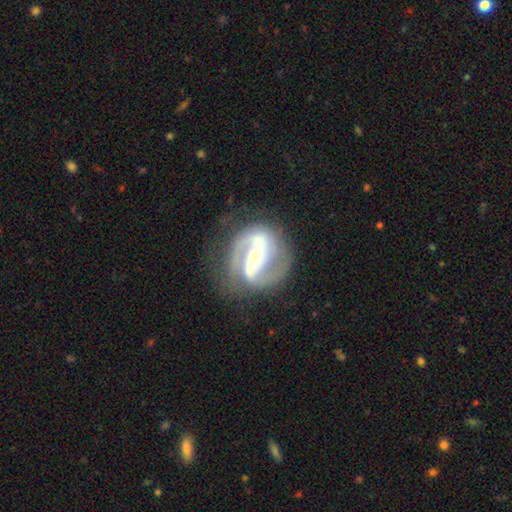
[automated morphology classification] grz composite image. It shows a featured or disk galaxy (90%) with a strong bar (49%), 2 (87%) medium (54%) spiral arms (97%) and a small central bulge (60%). Merging: none (72%).